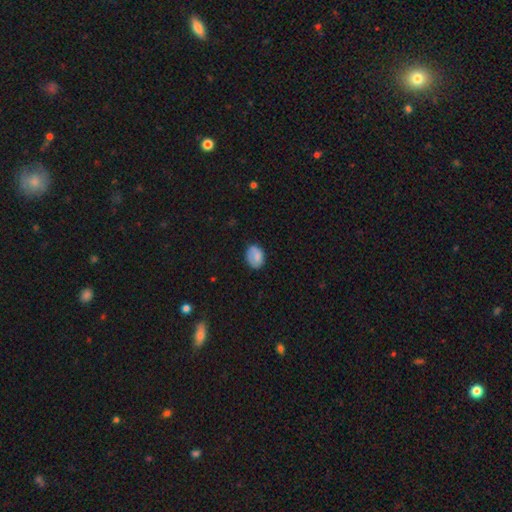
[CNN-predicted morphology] This appears to be a smooth galaxy with no disk features (76%) that is in between round and cigar-shaped (72%). Merging: none (71%).